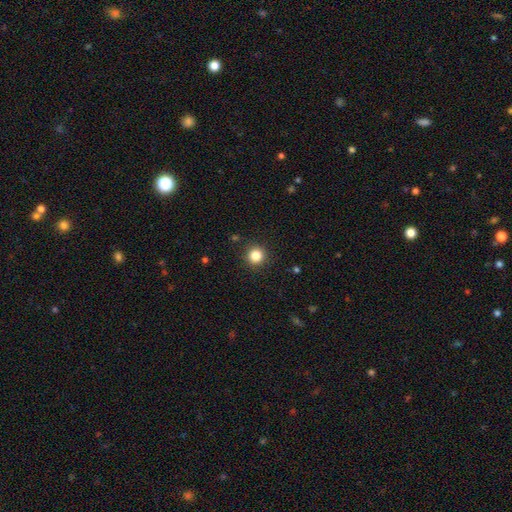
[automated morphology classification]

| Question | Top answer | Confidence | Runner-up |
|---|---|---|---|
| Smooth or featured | smooth | 85% | star or artifact (11%) |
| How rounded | round | 94% | in between (5%) |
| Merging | none | 91% | minor disturbance (6%) |